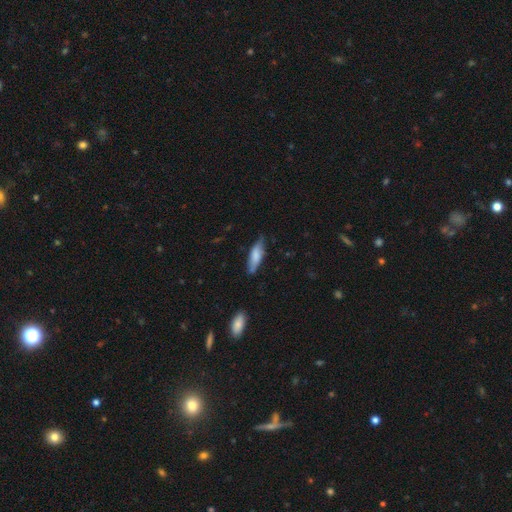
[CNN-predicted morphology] smooth_or_featured: smooth (p=0.70) [alt: featured or disk p=0.24]
how_rounded: cigar-shaped (p=0.53) [alt: in between p=0.46]
merging: none (p=0.70) [alt: minor disturbance p=0.24]